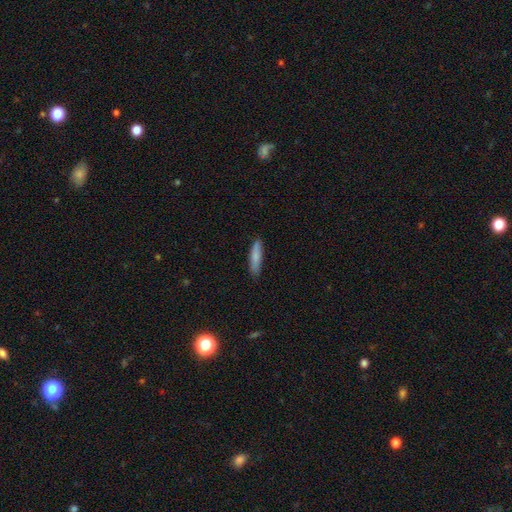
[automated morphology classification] Smooth or featured: smooth — 81% (featured or disk — 13%)
How rounded: cigar-shaped — 76% (in between — 23%)
Merging: none — 82% (minor disturbance — 14%)